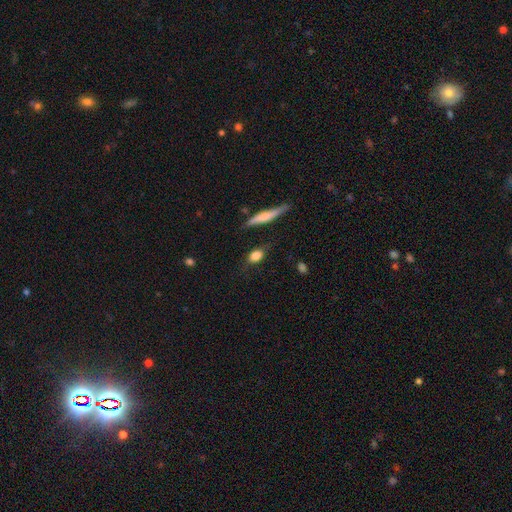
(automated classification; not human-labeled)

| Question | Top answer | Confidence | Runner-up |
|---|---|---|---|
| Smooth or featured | smooth | 79% | featured or disk (13%) |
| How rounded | in between | 69% | round (22%) |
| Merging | none | 70% | minor disturbance (20%) |